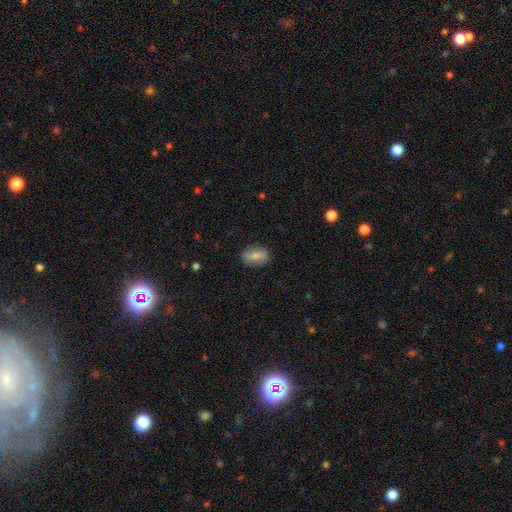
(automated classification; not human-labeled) smooth_or_featured: smooth (p=0.68) [alt: featured or disk p=0.24]
how_rounded: in between (p=0.71) [alt: round p=0.27]
merging: none (p=0.84) [alt: minor disturbance p=0.12]